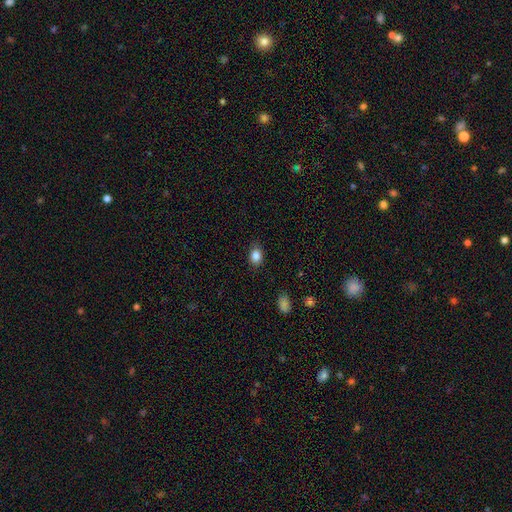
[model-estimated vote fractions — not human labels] Smooth or featured: smooth — 86% (star or artifact — 10%)
How rounded: in between — 69% (round — 29%)
Merging: none — 81% (minor disturbance — 14%)